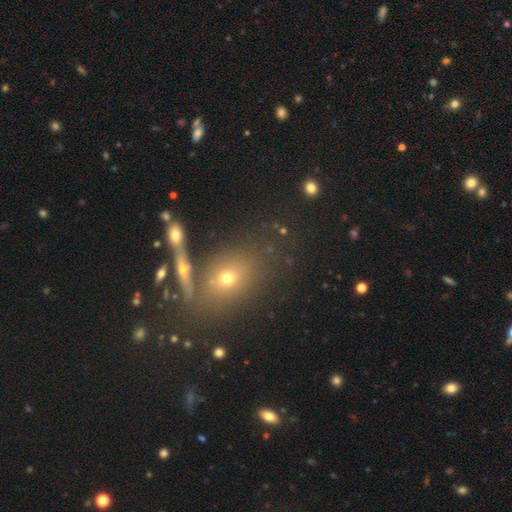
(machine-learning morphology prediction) This is possibly a smooth galaxy (55%). How rounded: likely in between (60%). Merging: likely none (69%).